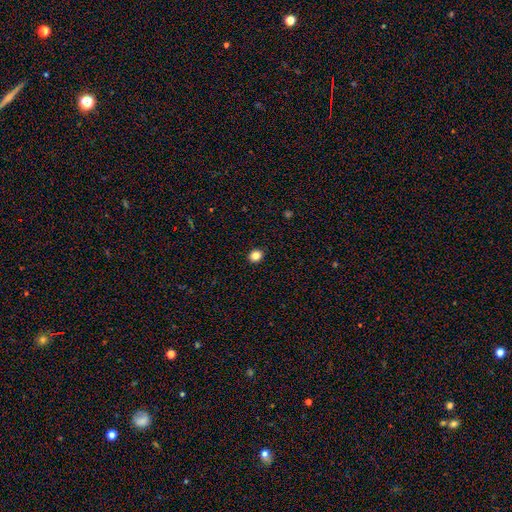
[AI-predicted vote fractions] Smooth or featured? smooth (85%)
How rounded? round (63%)
Merging? none (91%)